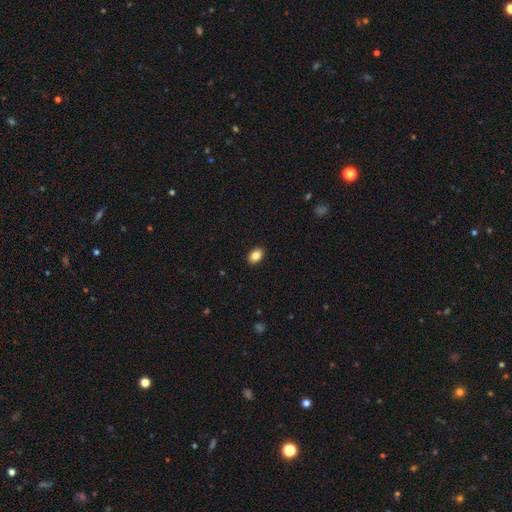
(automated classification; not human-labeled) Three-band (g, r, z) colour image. It shows a smooth galaxy with no disk features (86%) that is in between round and cigar-shaped (81%). Merging: none (91%).